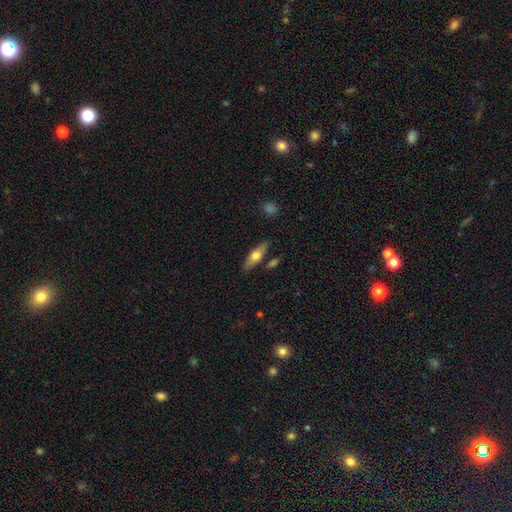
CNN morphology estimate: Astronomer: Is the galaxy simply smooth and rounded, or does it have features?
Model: smooth — 55% (runner-up: featured or disk, 39%).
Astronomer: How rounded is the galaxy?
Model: in between — 52% (runner-up: cigar-shaped, 45%).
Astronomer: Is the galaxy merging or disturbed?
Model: none — 79%.